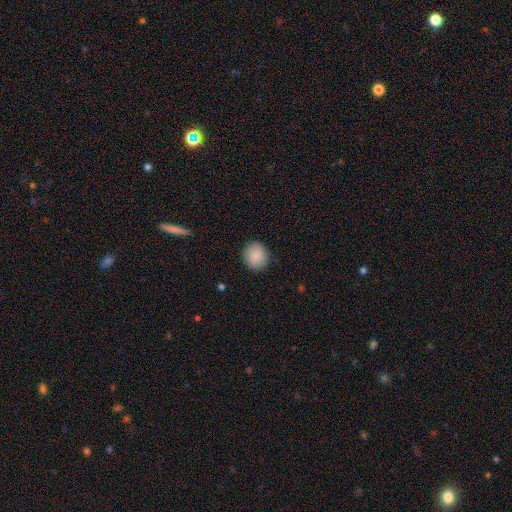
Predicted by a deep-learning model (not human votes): The model was most divided on "how rounded": round: 78%, in between: 22%, cigar-shaped: 1%. More confident: merging — none (89%); smooth or featured — smooth (89%).